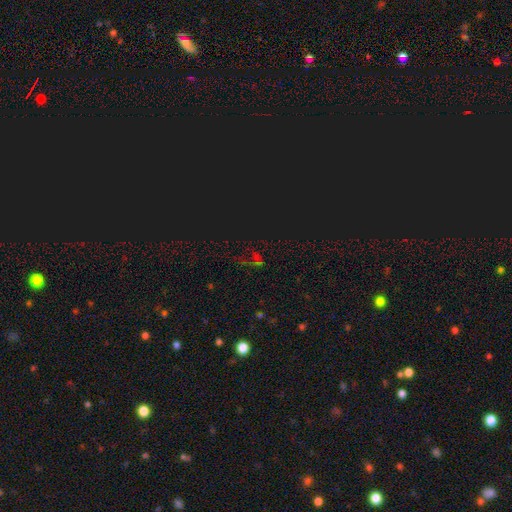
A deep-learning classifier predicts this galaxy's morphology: smooth_or_featured: star or artifact (p=0.72) [alt: smooth p=0.16]